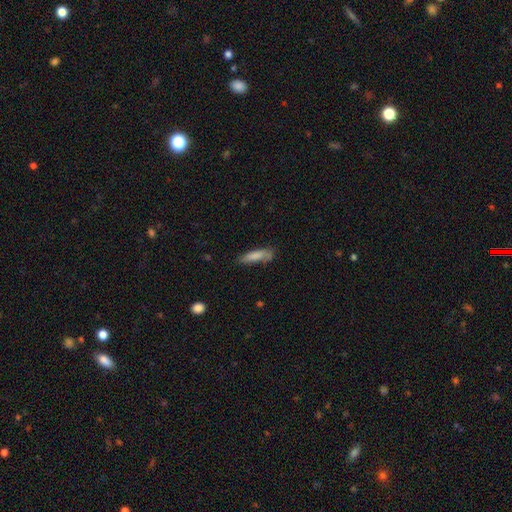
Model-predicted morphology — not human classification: Q: Smooth or featured?
A: smooth (81%); runner-up: featured or disk (12%)
Q: How rounded?
A: cigar-shaped (66%); runner-up: in between (32%)
Q: Merging?
A: none (62%); runner-up: minor disturbance (26%)